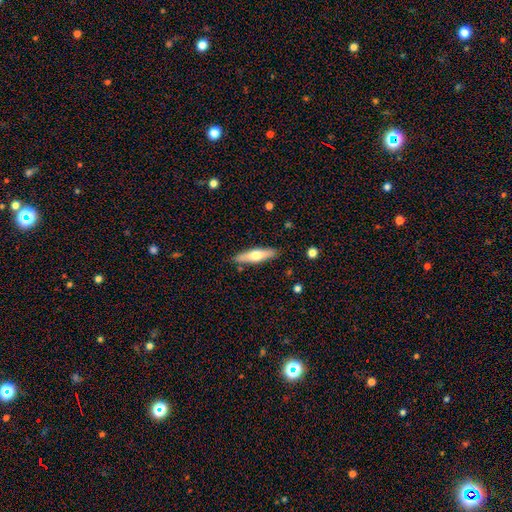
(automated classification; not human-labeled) This is possibly a smooth galaxy (52%). How rounded: likely cigar-shaped (71%). Merging: clearly none (87%).